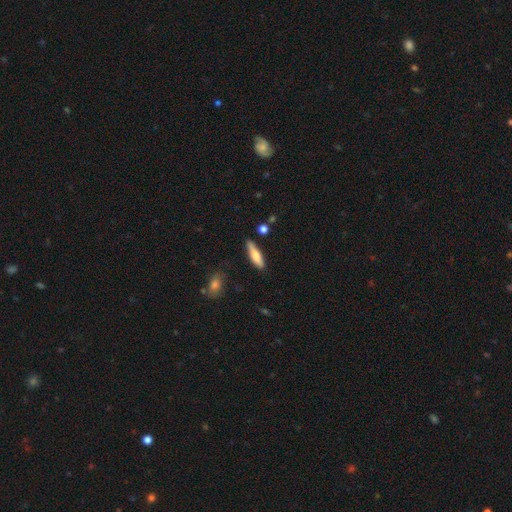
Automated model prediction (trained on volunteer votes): smooth_or_featured: smooth (p=0.74) [alt: featured or disk p=0.20]
how_rounded: cigar-shaped (p=0.64) [alt: in between p=0.34]
merging: none (p=0.81) [alt: minor disturbance p=0.14]